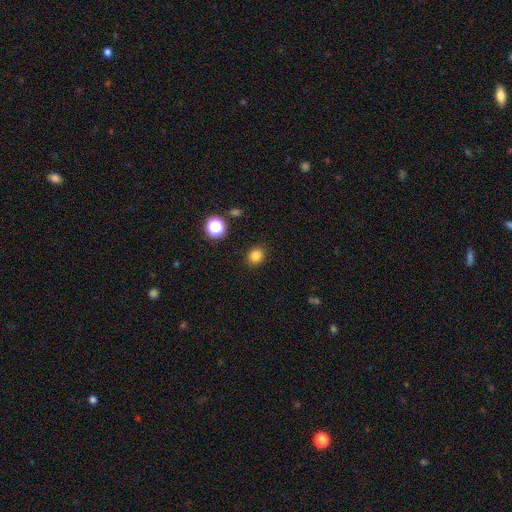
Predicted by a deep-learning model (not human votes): Smooth or featured?
  - smooth: 82% *
  - star or artifact: 13%
  - featured or disk: 5%
How rounded?
  - round: 70% *
  - in between: 29%
  - cigar-shaped: 1%
Merging?
  - none: 89% *
  - minor disturbance: 7%
  - major disturbance: 2%
  - merger: 1%